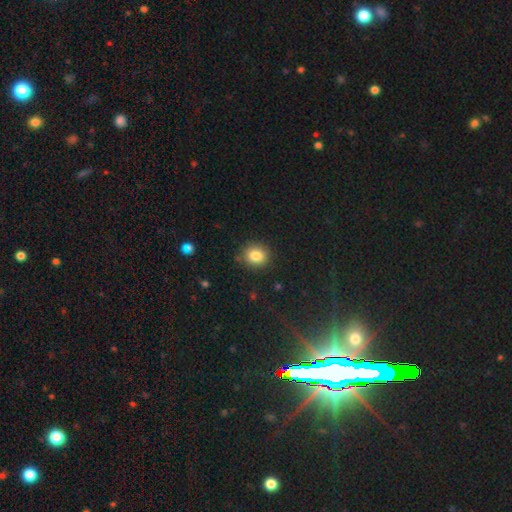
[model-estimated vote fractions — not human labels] The model was most divided on "how rounded": round: 75%, in between: 24%, cigar-shaped: 1%. More confident: merging — none (87%); smooth or featured — smooth (84%).